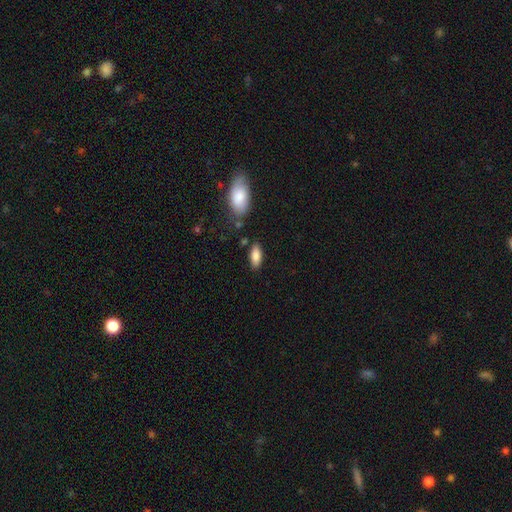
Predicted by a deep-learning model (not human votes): smooth 85%, featured or disk 8%, star or artifact 7%. Down the decision tree: how rounded — in between (83%); merging — none (80%).